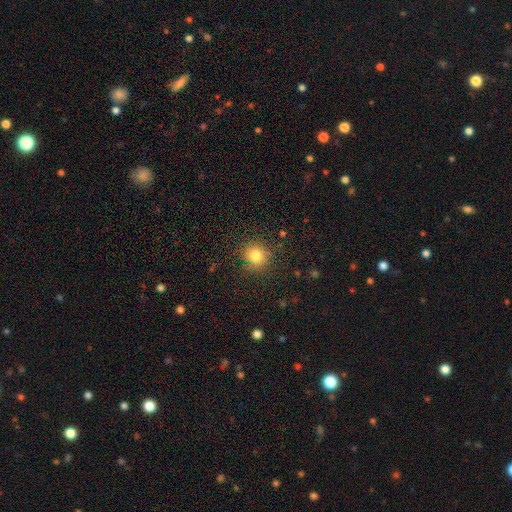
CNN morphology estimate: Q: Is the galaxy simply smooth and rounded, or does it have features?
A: smooth — 81%.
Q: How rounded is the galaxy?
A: round — 88%.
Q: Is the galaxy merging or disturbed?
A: none — 86%.